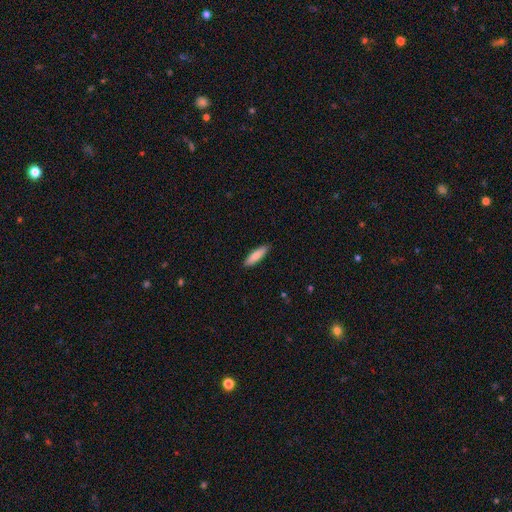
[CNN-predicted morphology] This is clearly a smooth galaxy (81%). How rounded: possibly cigar-shaped (58%). Merging: clearly none (88%).